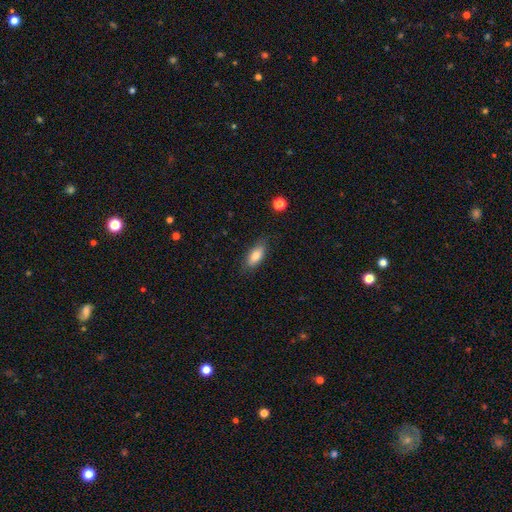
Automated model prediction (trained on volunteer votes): A smooth galaxy with no disk features (79%) that is in between round and cigar-shaped (80%). Merging: none (79%).